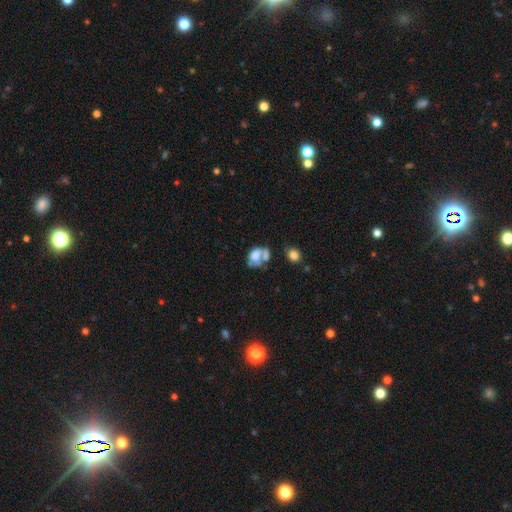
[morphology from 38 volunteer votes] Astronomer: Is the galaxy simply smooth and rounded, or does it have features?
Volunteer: smooth — 55% (runner-up: featured or disk, 39%).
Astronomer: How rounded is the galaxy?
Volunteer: in between — 76%.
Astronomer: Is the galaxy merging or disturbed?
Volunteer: merger — 39% (runner-up: none, 33%).